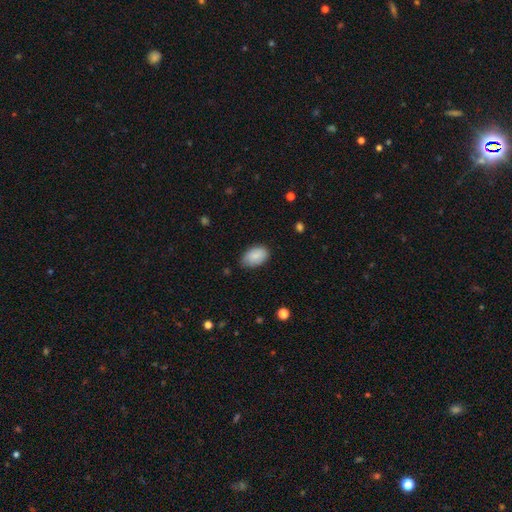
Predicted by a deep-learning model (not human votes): A smooth galaxy with no disk features (86%) that is in between round and cigar-shaped (92%).

Vote fractions:
- Smooth or featured? smooth: 86% / featured or disk: 8% / star or artifact: 7%
- How rounded? in between: 92% / round: 6% / cigar-shaped: 1%
- Merging? none: 73% / minor disturbance: 23% / major disturbance: 3% / merger: 1%